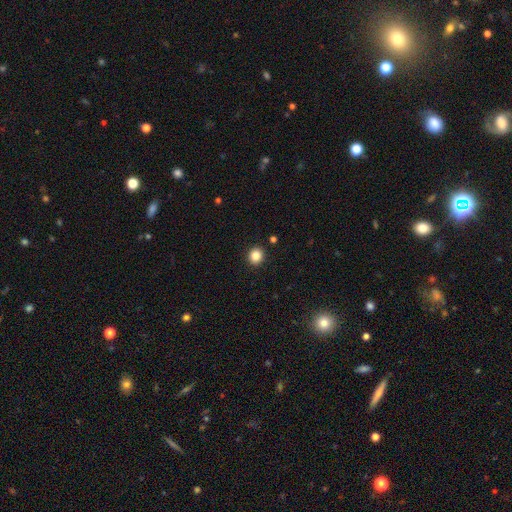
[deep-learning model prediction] Smooth or featured? Predicted: smooth (p=0.85). How rounded? Predicted: round (p=0.85). Merging? Predicted: none (p=0.92).